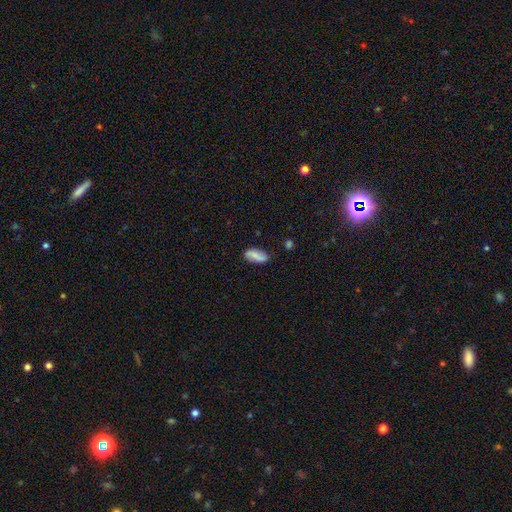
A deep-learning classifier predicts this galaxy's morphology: Smooth or featured? smooth (64%)
How rounded? in between (83%)
Merging? none (78%)